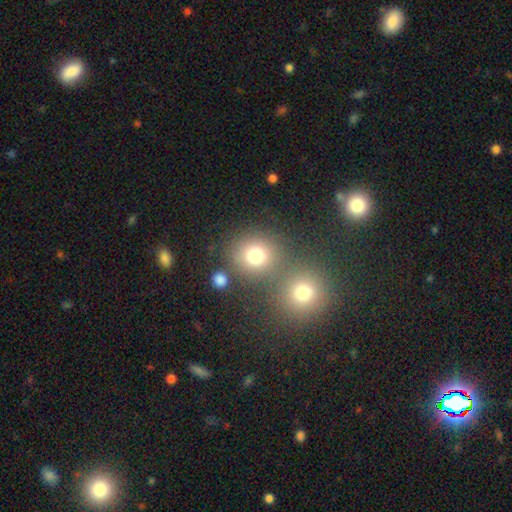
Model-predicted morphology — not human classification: Smooth or featured: smooth — 76% (star or artifact — 16%)
How rounded: round — 82% (in between — 17%)
Merging: none — 61% (merger — 27%)